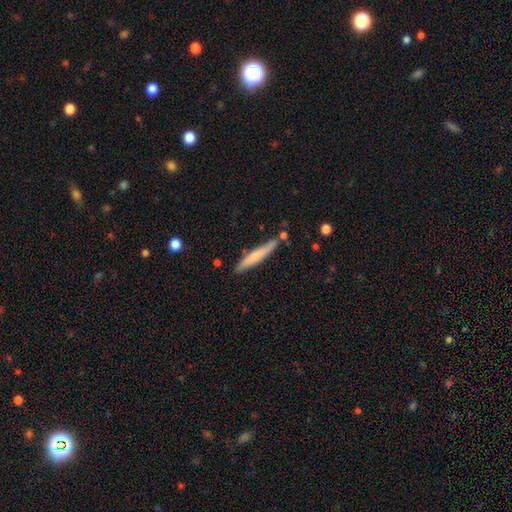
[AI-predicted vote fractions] Morphology: type=smooth (63%); roundness=cigar-shaped (94%); merging=none (81%).